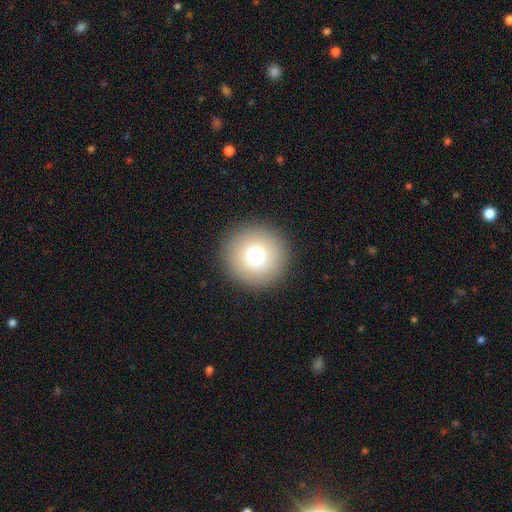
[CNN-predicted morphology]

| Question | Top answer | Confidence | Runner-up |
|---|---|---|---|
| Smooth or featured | smooth | 74% | star or artifact (13%) |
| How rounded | round | 96% | in between (3%) |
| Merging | none | 92% | minor disturbance (5%) |